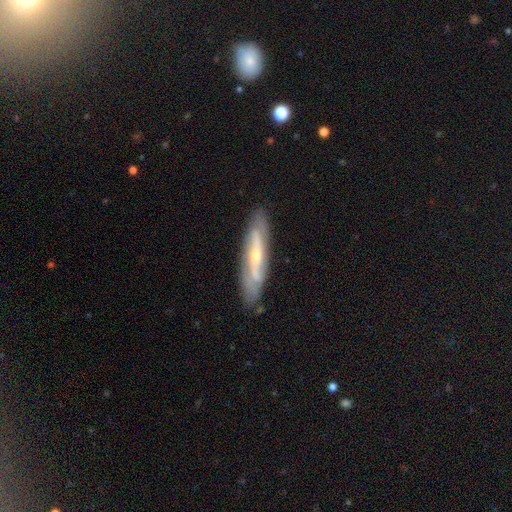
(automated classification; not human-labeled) smooth-or-featured: featured or disk: 75% | smooth: 19% | star or artifact: 5%
  disk-edge-on: no: 57% | yes: 43%
  merging: none: 84% | minor disturbance: 12% | major disturbance: 3% | merger: 1%